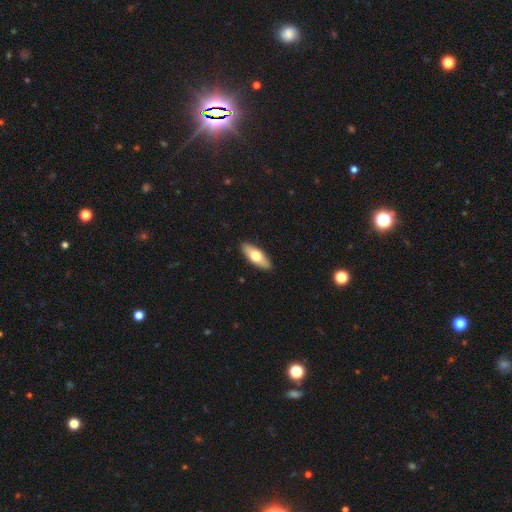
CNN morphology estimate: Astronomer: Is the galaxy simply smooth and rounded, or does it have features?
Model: smooth — 64%.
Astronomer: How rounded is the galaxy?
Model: in between — 71%.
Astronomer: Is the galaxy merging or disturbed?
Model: none — 90%.